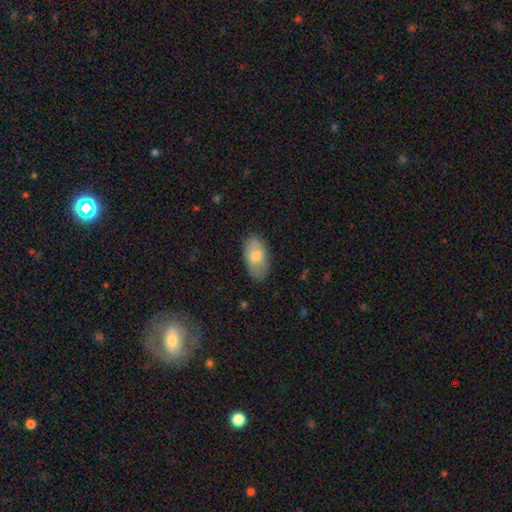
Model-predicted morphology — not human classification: Overall: smooth (75%). How rounded: in between (94%). Merging: none (83%).